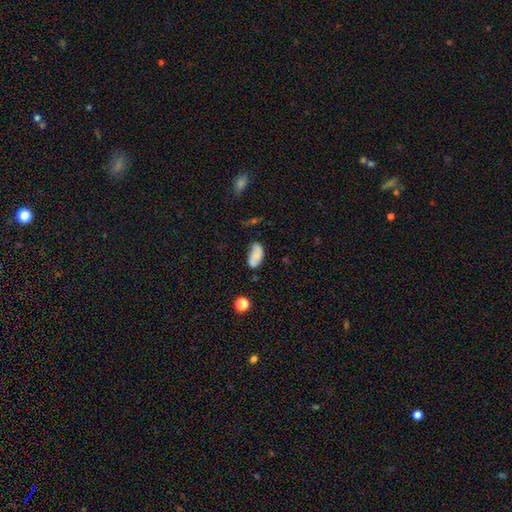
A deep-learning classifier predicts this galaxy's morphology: Overall: smooth (66%). How rounded: in between (92%). Merging: none (46%; minor disturbance 30%).